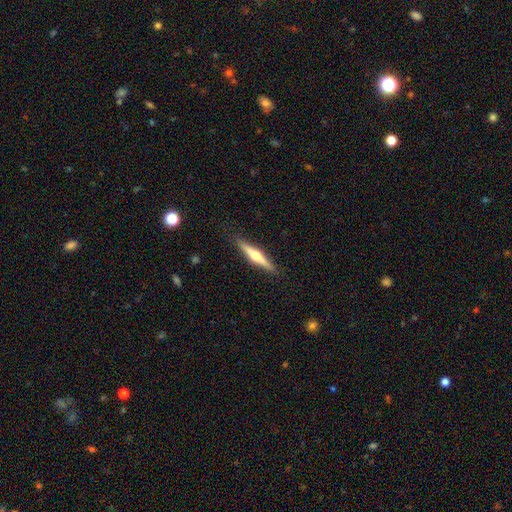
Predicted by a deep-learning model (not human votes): The model was most divided on "smooth or featured": featured or disk: 67%, smooth: 28%, star or artifact: 5%. More confident: edge-on disk — yes (97%); edge-on bulge — rounded (93%); merging — none (89%).